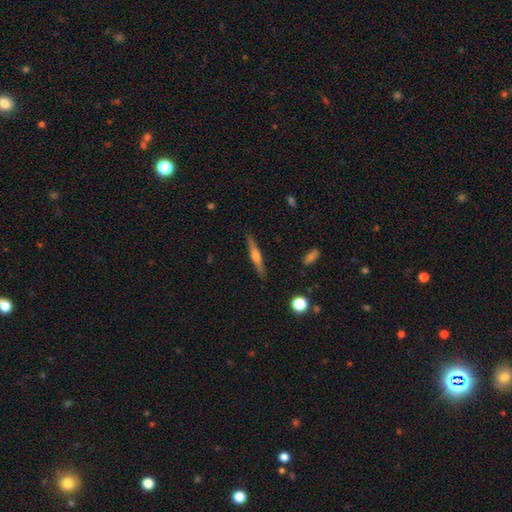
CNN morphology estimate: This appears to be a featured or disk galaxy (62%) viewed edge-on (97%) with a rounded central bulge (88%). Merging: none (90%).